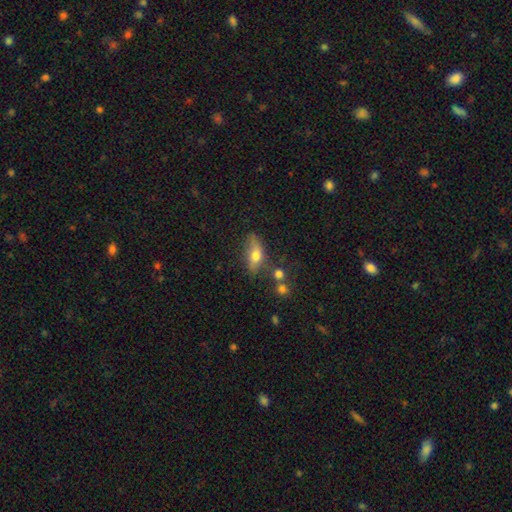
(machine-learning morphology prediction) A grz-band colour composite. It shows a smooth galaxy with no disk features (66%) that is in between round and cigar-shaped (75%). Merging: none (56%).